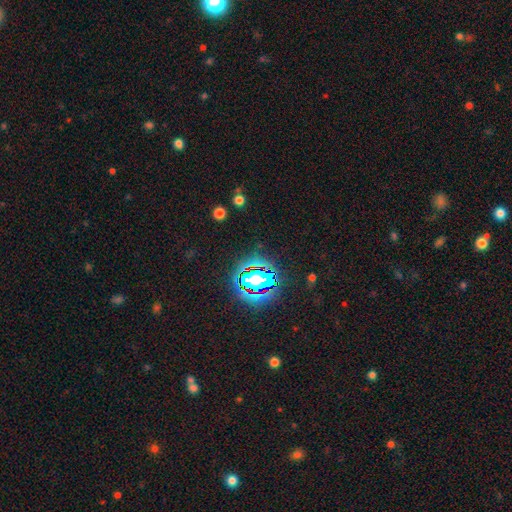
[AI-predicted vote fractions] Smooth or featured? star or artifact (82%)